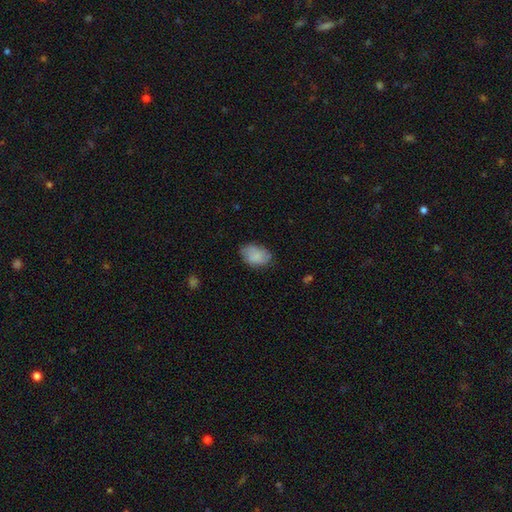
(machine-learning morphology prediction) This is clearly a smooth galaxy (81%). How rounded: clearly in between (86%). Merging: likely none (70%).